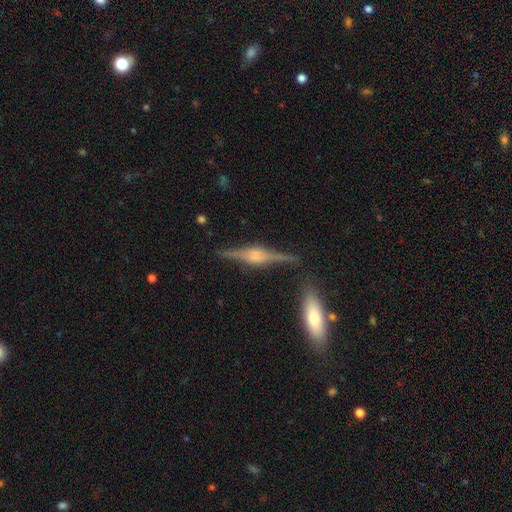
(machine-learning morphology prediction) This is clearly a featured or disk galaxy (84%). It is clearly viewed edge-on (97%). Edge-on bulge: likely rounded (80%). Merging: clearly none (84%).